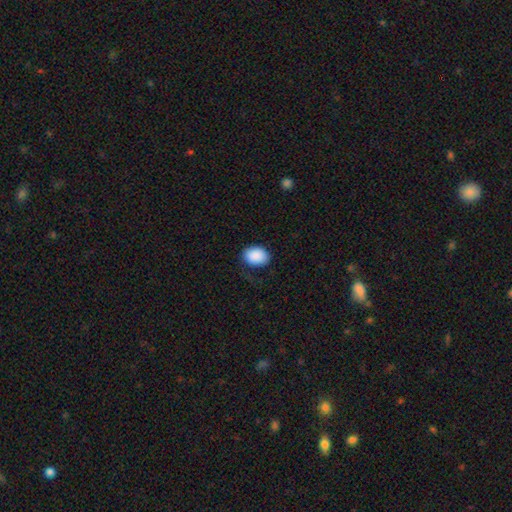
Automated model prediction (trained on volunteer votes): This is clearly a smooth galaxy (90%). How rounded: likely in between (73%). Merging: likely none (73%).